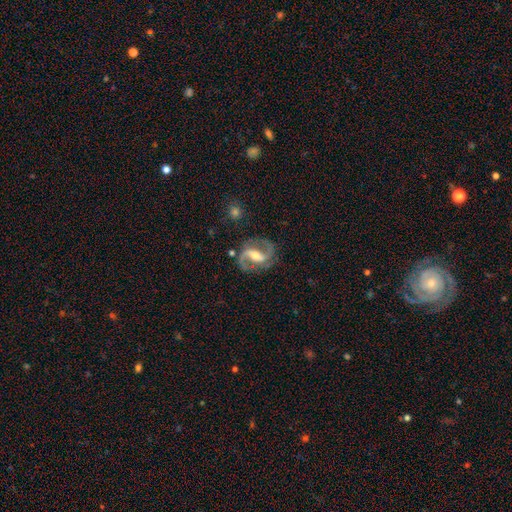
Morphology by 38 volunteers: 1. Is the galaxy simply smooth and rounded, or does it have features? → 92% featured or disk, 5% smooth, 3% star or artifact.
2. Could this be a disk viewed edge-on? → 100% no, 0% yes.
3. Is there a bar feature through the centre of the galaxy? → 57% strong, 37% weak, 6% no.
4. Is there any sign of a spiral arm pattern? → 100% yes, 0% no.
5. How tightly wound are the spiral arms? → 43% medium, 31% tight, 26% loose.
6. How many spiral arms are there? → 89% 2, 9% 3, 3% 4, 0% 1, 0% more than 4, 0% can't tell.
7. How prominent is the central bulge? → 60% moderate, 34% small, 6% large, 0% dominant, 0% none.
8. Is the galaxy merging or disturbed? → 84% none, 11% minor disturbance, 3% major disturbance, 3% merger.